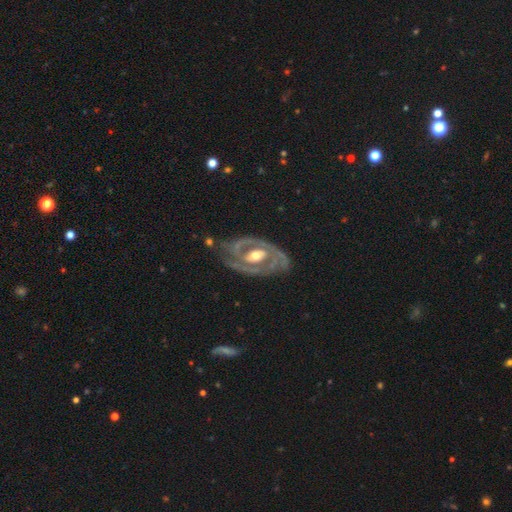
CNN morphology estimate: Smooth or featured? Predicted: featured or disk (p=0.88). Edge-on disk? Predicted: no (p=0.96). Bar? Predicted: no (p=0.50). Spiral arms? Predicted: yes (p=0.88). Spiral winding? Predicted: tight (p=0.55). Spiral arm count? Predicted: 2 (p=0.71). Bulge size? Predicted: moderate (p=0.71). Merging? Predicted: none (p=0.69).